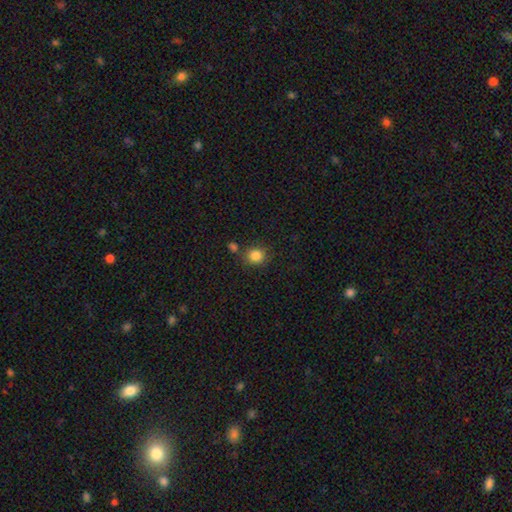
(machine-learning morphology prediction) Smooth or featured? Predicted: smooth (p=0.85). How rounded? Predicted: round (p=0.83). Merging? Predicted: none (p=0.77).